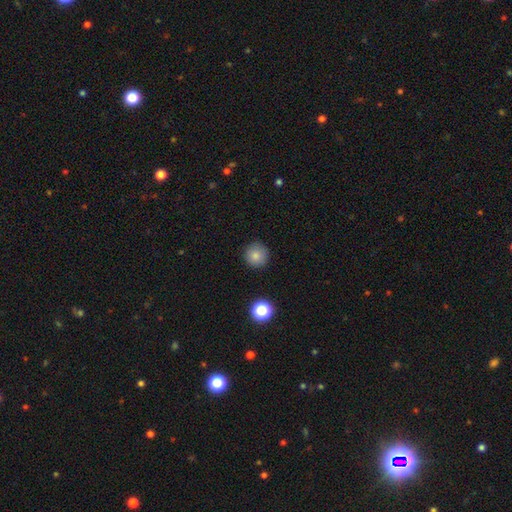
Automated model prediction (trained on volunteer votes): A smooth galaxy with no disk features (83%) that is round (95%). Merging: none (91%).